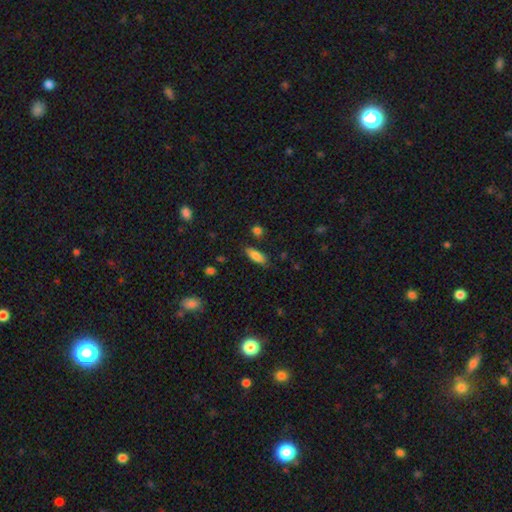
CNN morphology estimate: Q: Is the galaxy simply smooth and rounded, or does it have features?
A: smooth — 82%.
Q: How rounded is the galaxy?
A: in between — 70%.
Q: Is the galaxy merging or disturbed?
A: none — 80%.